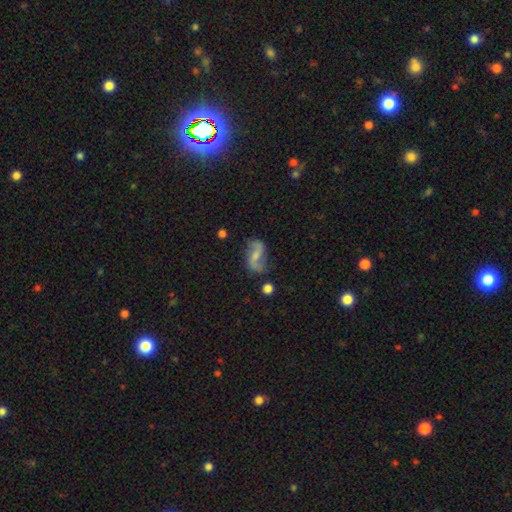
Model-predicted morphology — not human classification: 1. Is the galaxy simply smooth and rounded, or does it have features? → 76% featured or disk, 17% smooth, 7% star or artifact.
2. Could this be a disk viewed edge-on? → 97% no, 3% yes.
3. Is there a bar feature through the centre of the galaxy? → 44% weak, 33% no, 23% strong.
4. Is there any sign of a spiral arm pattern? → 93% yes, 7% no.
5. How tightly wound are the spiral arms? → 77% loose, 18% medium, 5% tight.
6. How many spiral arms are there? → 92% 2, 3% can't tell, 3% 1, 1% 3, 1% 4, 1% more than 4.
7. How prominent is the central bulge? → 45% small, 31% moderate, 19% none, 3% large, 1% dominant.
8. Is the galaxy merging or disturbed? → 71% none, 18% minor disturbance, 8% major disturbance, 4% merger.